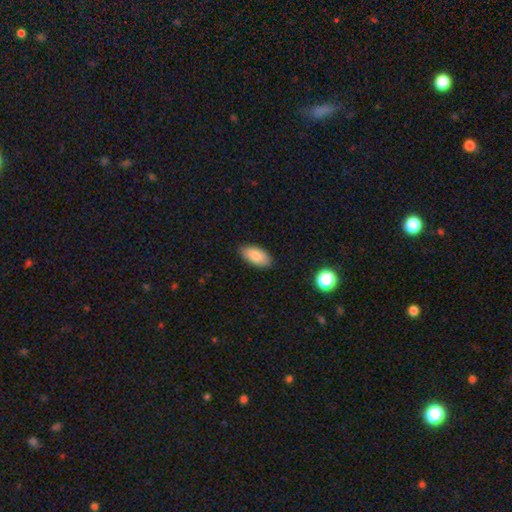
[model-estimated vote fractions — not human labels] Smooth or featured?
  - smooth: 85% *
  - featured or disk: 9%
  - star or artifact: 7%
How rounded?
  - in between: 94% *
  - cigar-shaped: 4%
  - round: 2%
Merging?
  - none: 87% *
  - minor disturbance: 10%
  - major disturbance: 2%
  - merger: 1%